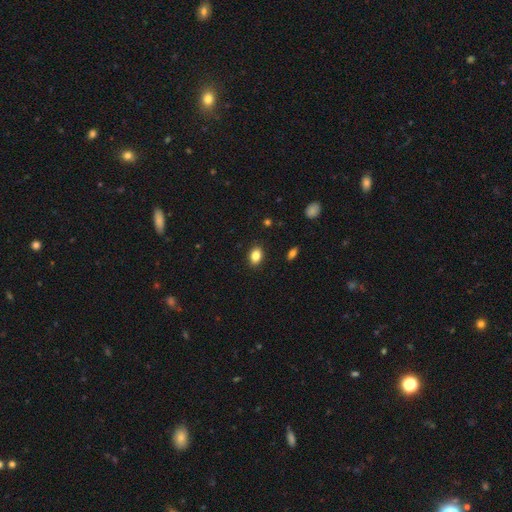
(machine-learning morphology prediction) smooth_or_featured: smooth (p=0.85) [alt: star or artifact p=0.09]
how_rounded: in between (p=0.79) [alt: round p=0.20]
merging: none (p=0.89) [alt: minor disturbance p=0.08]